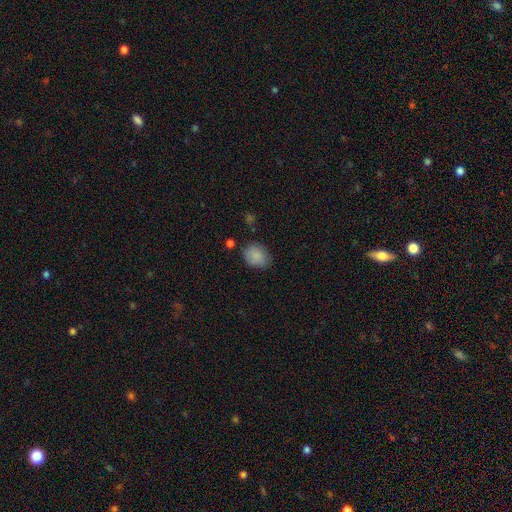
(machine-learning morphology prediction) Smooth or featured? smooth (86%)
How rounded? in between (56%)
Merging? none (74%)